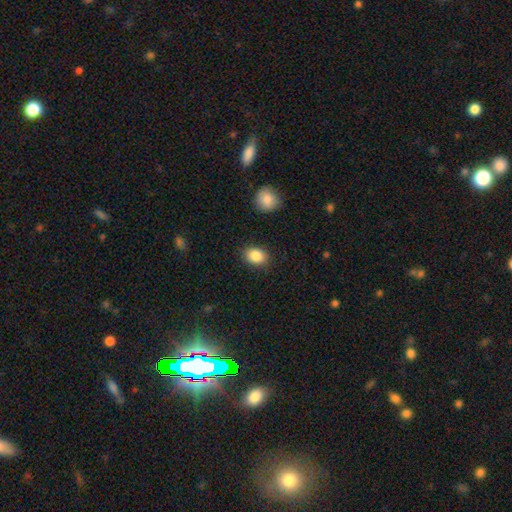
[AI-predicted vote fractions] Overall: smooth (87%). How rounded: in between (72%). Merging: none (86%).